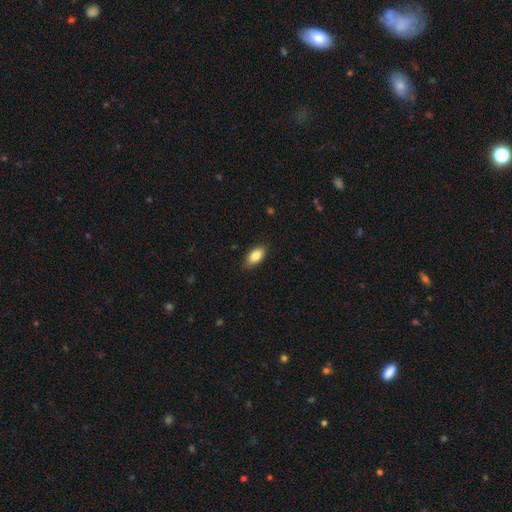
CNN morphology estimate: Smooth or featured? smooth (84%)
How rounded? in between (91%)
Merging? none (87%)